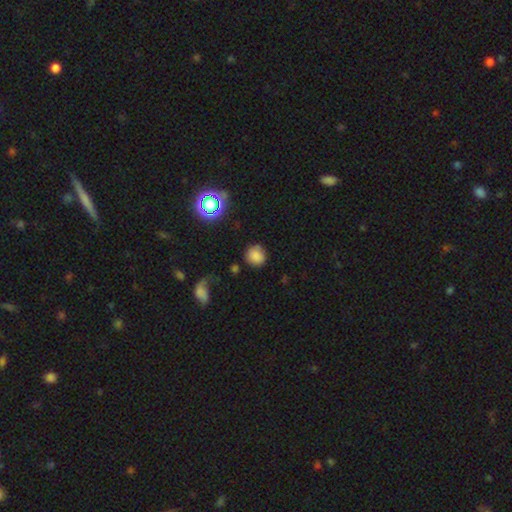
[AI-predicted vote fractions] This is likely a smooth galaxy (78%). How rounded: clearly round (87%). Merging: likely none (76%).